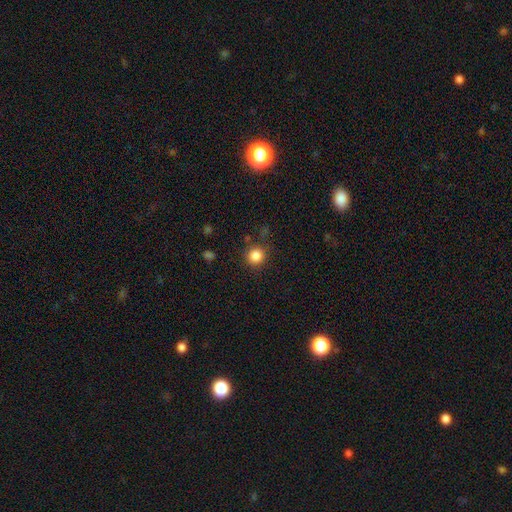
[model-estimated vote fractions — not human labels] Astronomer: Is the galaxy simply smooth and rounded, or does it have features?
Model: smooth — 85%.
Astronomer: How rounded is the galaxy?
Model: round — 92%.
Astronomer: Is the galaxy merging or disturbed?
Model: none — 84%.